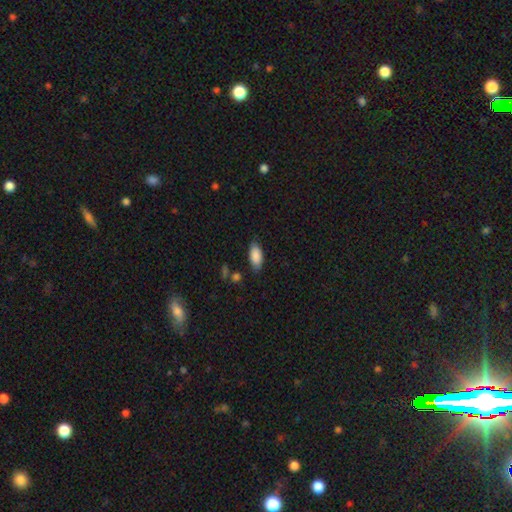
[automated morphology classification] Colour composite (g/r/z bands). It shows a smooth galaxy with no disk features (88%) that is in between round and cigar-shaped (90%). Merging: none (79%).